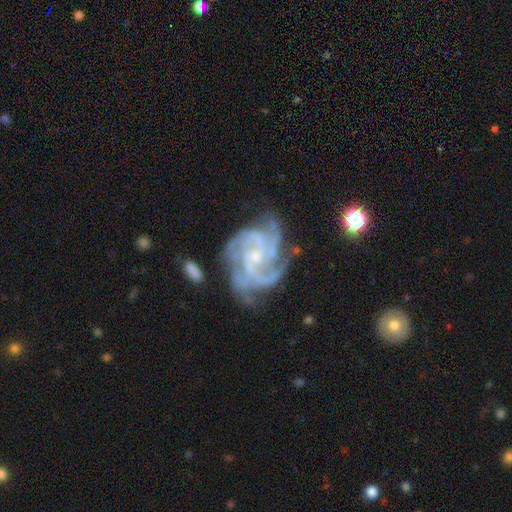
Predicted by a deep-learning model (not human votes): Smooth or featured? Predicted: featured or disk (p=0.91). Edge-on disk? Predicted: no (p=0.98). Bar? Predicted: no (p=0.62). Spiral arms? Predicted: yes (p=0.98). Spiral winding? Predicted: tight (p=0.52). Spiral arm count? Predicted: 4 (p=0.38). Bulge size? Predicted: small (p=0.77). Merging? Predicted: none (p=0.64).